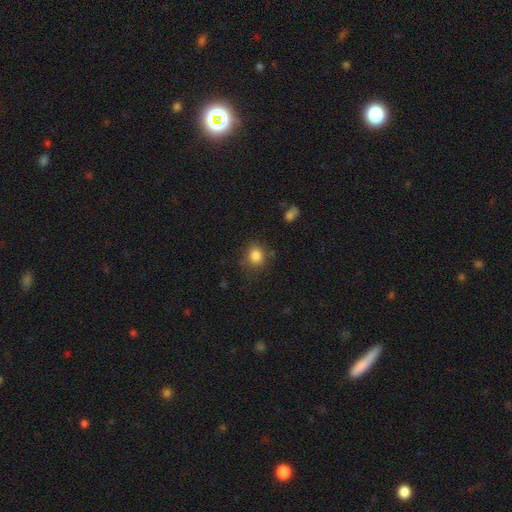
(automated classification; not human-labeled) A smooth galaxy with no disk features (83%) that is round (74%).

Vote fractions:
- Smooth or featured? smooth: 83% / star or artifact: 11% / featured or disk: 6%
- How rounded? round: 74% / in between: 25% / cigar-shaped: 1%
- Merging? none: 75% / minor disturbance: 17% / major disturbance: 5% / merger: 3%